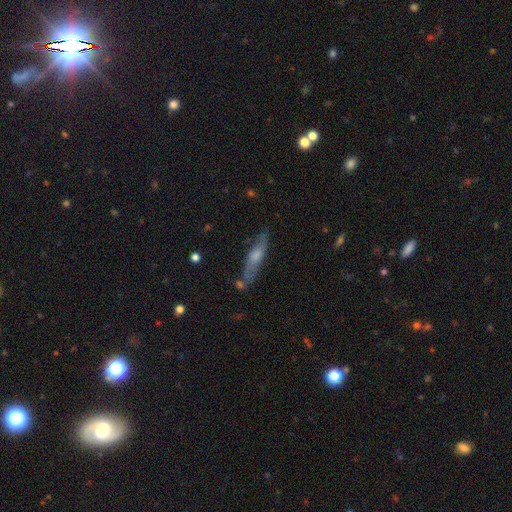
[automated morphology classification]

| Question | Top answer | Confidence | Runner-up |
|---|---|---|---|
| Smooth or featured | featured or disk | 53% | smooth (40%) |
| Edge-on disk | yes | 67% | no (33%) |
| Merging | none | 71% | minor disturbance (19%) |